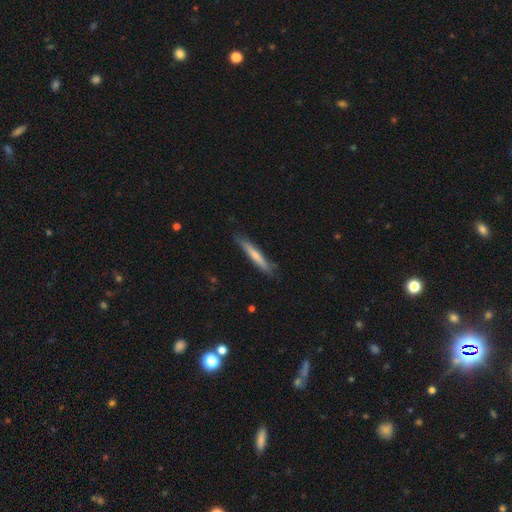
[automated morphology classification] This appears to be a smooth galaxy with no disk features (65%) that is cigar-shaped (94%). Merging: none (80%).